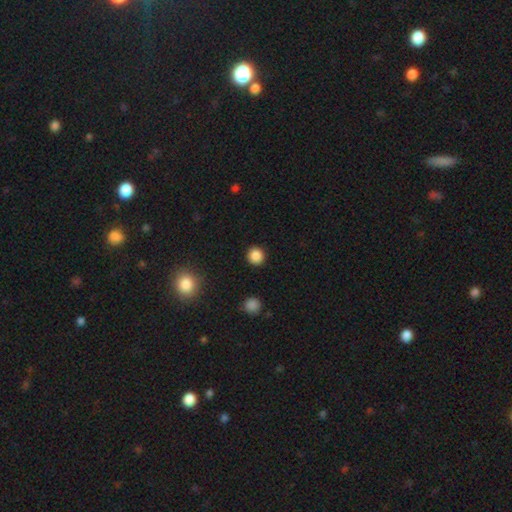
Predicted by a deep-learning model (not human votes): smooth-or-featured: smooth: 86% | star or artifact: 11% | featured or disk: 3%
  how-rounded: round: 92% | in between: 7% | cigar-shaped: 1%
  merging: none: 92% | minor disturbance: 5% | major disturbance: 2% | merger: 1%